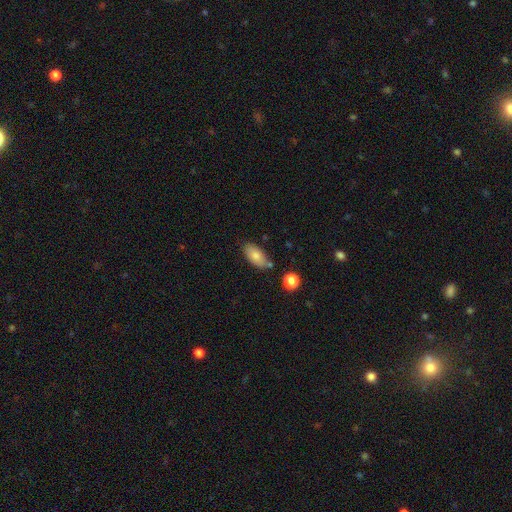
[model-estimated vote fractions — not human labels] This appears to be a smooth galaxy with no disk features (80%) that is in between round and cigar-shaped (92%). Merging: none (72%).